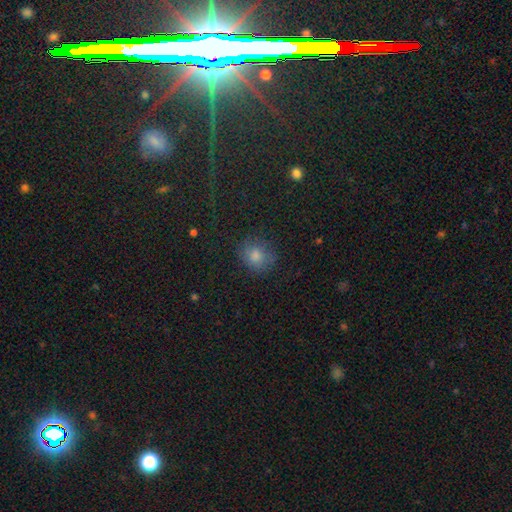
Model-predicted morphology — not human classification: Smooth or featured? smooth (72%)
How rounded? round (76%)
Merging? none (80%)